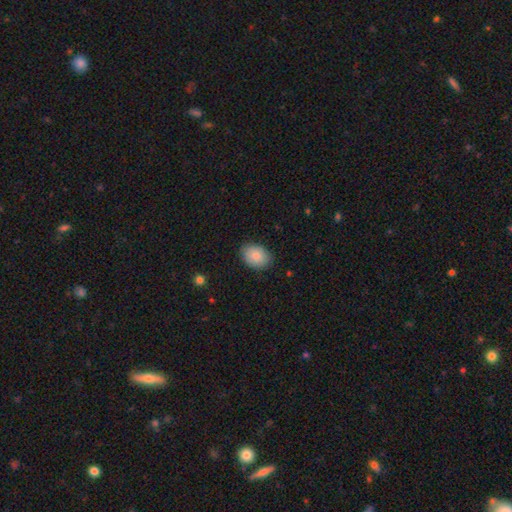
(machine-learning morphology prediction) A smooth galaxy with no disk features (86%) that is in between round and cigar-shaped (71%).

Vote fractions:
- Smooth or featured? smooth: 86% / featured or disk: 7% / star or artifact: 7%
- How rounded? in between: 71% / round: 28% / cigar-shaped: 1%
- Merging? none: 83% / minor disturbance: 13% / major disturbance: 3% / merger: 1%